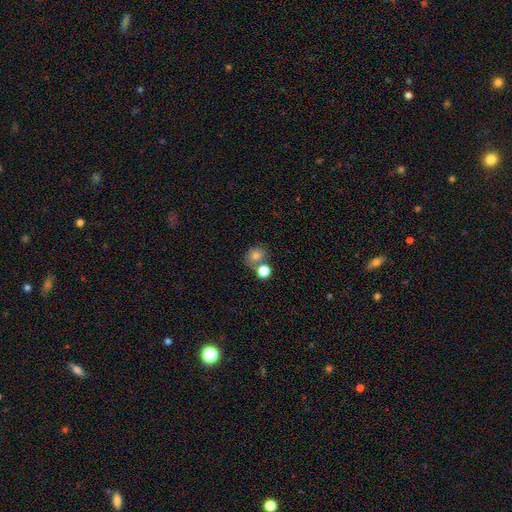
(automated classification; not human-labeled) smooth 78%, star or artifact 14%, featured or disk 8%. Down the decision tree: how rounded — round (68%); merging — none (56%).